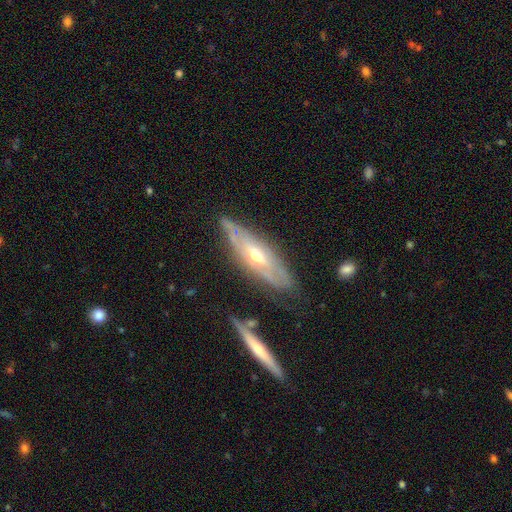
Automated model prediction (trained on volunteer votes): smooth-or-featured: featured or disk: 74% | smooth: 21% | star or artifact: 6%
  disk-edge-on: no: 55% | yes: 45%
  merging: none: 75% | minor disturbance: 17% | major disturbance: 5% | merger: 3%